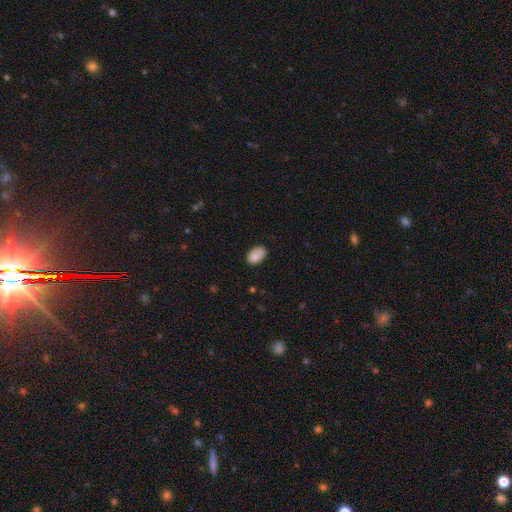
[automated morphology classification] Q: Smooth or featured?
A: smooth (85%); runner-up: star or artifact (8%)
Q: How rounded?
A: in between (89%); runner-up: round (10%)
Q: Merging?
A: none (77%); runner-up: minor disturbance (18%)